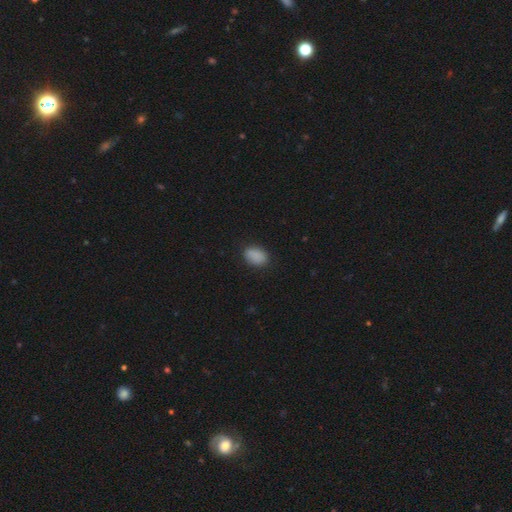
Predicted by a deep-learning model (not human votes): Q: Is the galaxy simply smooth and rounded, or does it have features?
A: smooth — 88%.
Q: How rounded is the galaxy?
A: in between — 83%.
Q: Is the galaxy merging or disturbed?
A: none — 82%.